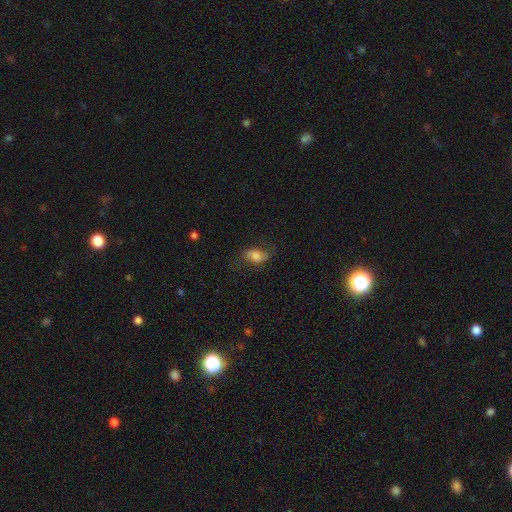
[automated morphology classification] The model was most divided on "smooth or featured": smooth: 63%, featured or disk: 27%, star or artifact: 10%. More confident: how rounded — in between (86%); merging — none (61%).